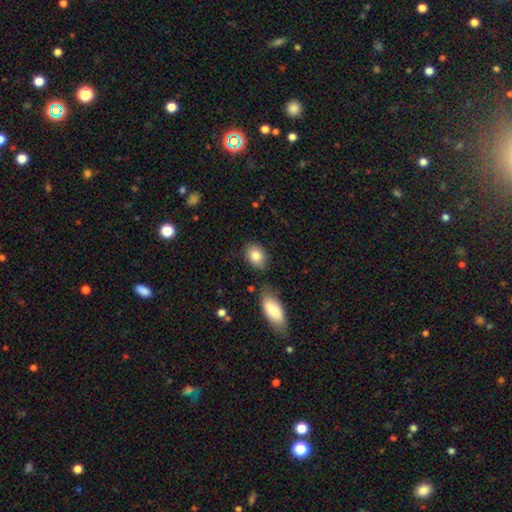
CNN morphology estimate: A smooth galaxy with no disk features (84%) that is in between round and cigar-shaped (71%).

Vote fractions:
- Smooth or featured? smooth: 84% / featured or disk: 8% / star or artifact: 8%
- How rounded? in between: 71% / round: 28% / cigar-shaped: 1%
- Merging? none: 78% / minor disturbance: 13% / merger: 6% / major disturbance: 3%